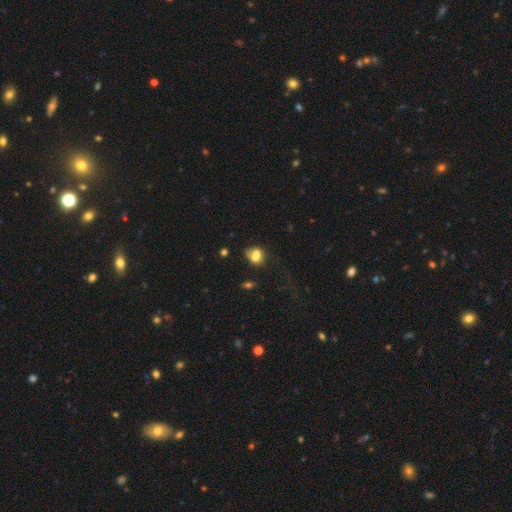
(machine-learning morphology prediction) This is likely a smooth galaxy (68%). How rounded: possibly in between (55%). Merging: marginally merger (38%).